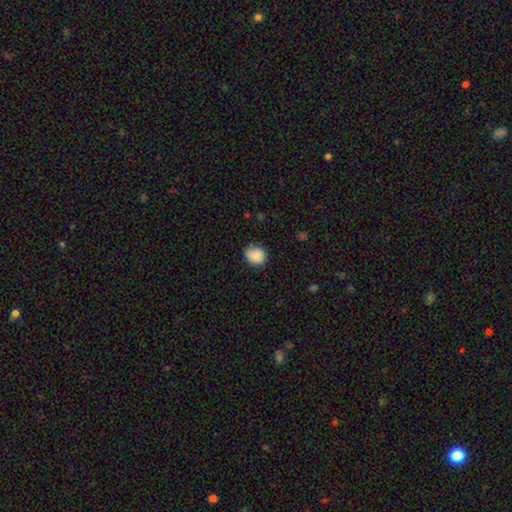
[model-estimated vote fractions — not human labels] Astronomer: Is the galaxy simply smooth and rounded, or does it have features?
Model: smooth — 88%.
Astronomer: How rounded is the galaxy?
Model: round — 74%.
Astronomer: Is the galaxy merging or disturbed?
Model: none — 82%.